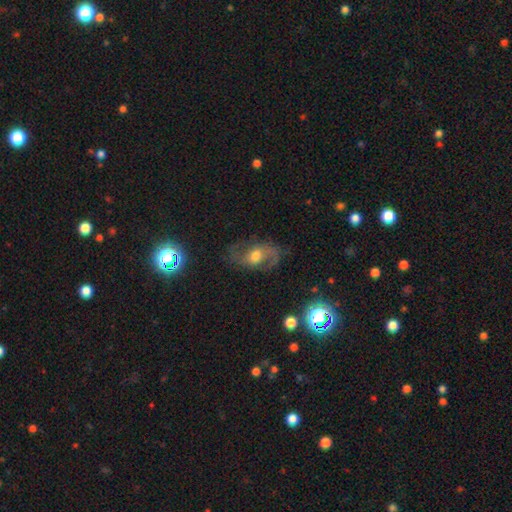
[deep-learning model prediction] Overall: featured or disk (75%). Edge-on disk: no (96%). Bar: no (45%; weak 43%). Spiral arms: yes (88%). Spiral arm count: 2 (85%). Spiral winding: medium (45%; loose 42%). Bulge size: moderate (65%). Merging: none (65%).